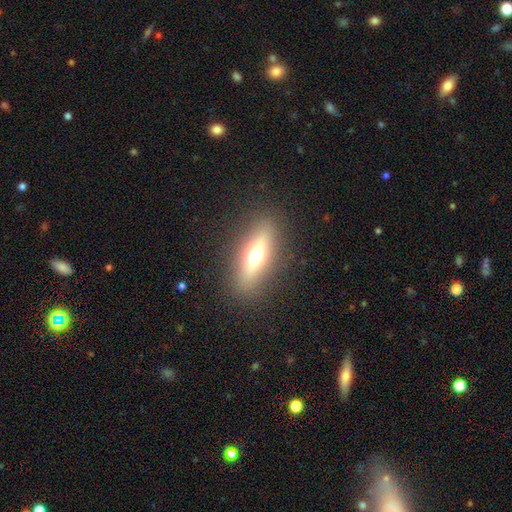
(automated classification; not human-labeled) This appears to be a smooth galaxy with no disk features (45%). Merging: none (87%).